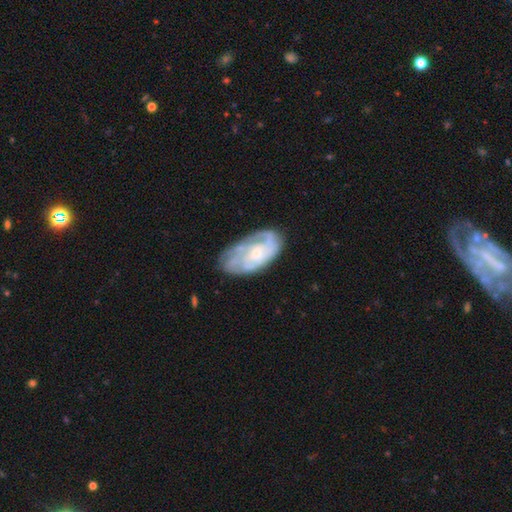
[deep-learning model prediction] featured or disk 65%, smooth 26%, star or artifact 8%. Down the decision tree: edge-on disk — no (94%); bar — no (72%); spiral arms — yes (81%); bulge size — small (53%); merging — none (66%).